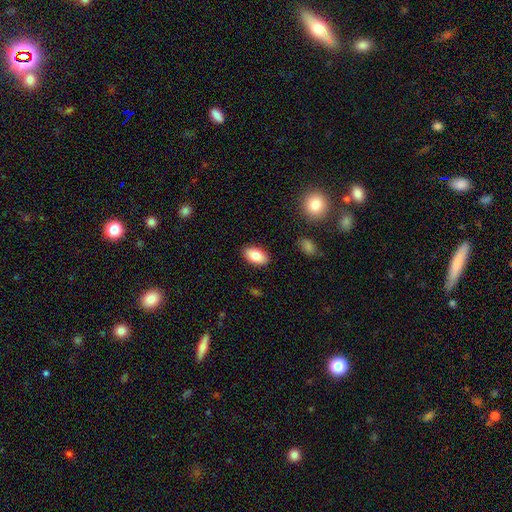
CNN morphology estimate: smooth_or_featured: smooth (p=0.84) [alt: featured or disk p=0.09]
how_rounded: in between (p=0.94) [alt: round p=0.04]
merging: none (p=0.87) [alt: minor disturbance p=0.09]